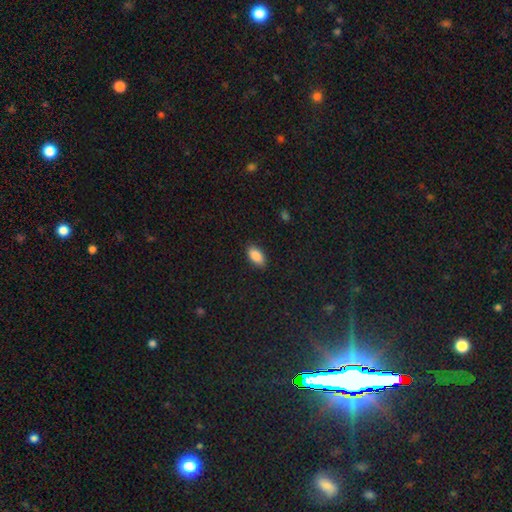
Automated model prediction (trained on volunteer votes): Smooth or featured: smooth — 88% (star or artifact — 7%)
How rounded: in between — 92% (cigar-shaped — 4%)
Merging: none — 86% (minor disturbance — 11%)